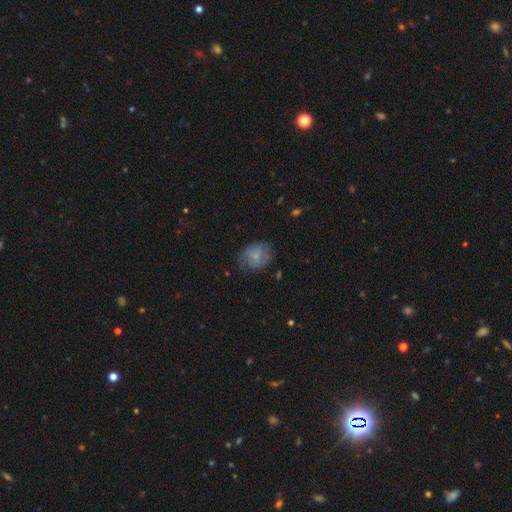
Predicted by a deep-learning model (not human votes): Overall: smooth (58%; featured or disk 33%). How rounded: round (49%, tied with in between). Merging: none (57%; minor disturbance 28%).